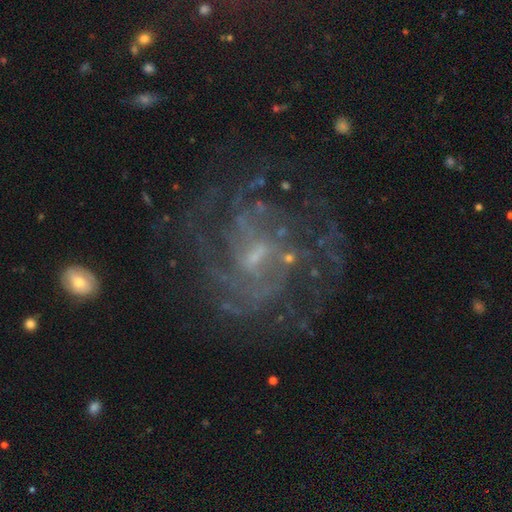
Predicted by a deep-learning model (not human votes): Smooth or featured? featured or disk (85%)
Edge-on disk? no (98%)
Bar? weak (54%)
Spiral arms? yes (92%)
Spiral winding? tight (43%)
Spiral arm count? can't tell (34%)
Bulge size? small (64%)
Merging? none (66%)